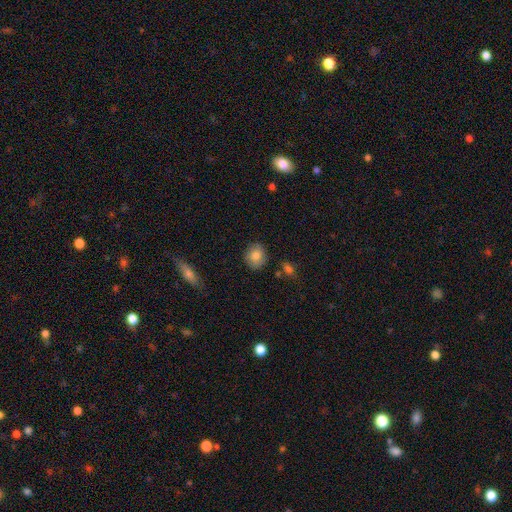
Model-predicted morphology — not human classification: A smooth galaxy with no disk features (79%) that is round (71%).

Vote fractions:
- Smooth or featured? smooth: 79% / featured or disk: 14% / star or artifact: 8%
- How rounded? round: 71% / in between: 28% / cigar-shaped: 1%
- Merging? none: 83% / minor disturbance: 12% / major disturbance: 3% / merger: 2%